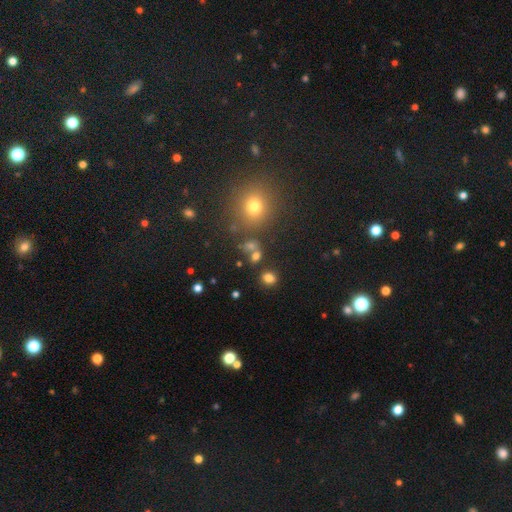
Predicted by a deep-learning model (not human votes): Smooth or featured? Predicted: smooth (p=0.68). How rounded? Predicted: round (p=0.63). Merging? Predicted: none (p=0.62).